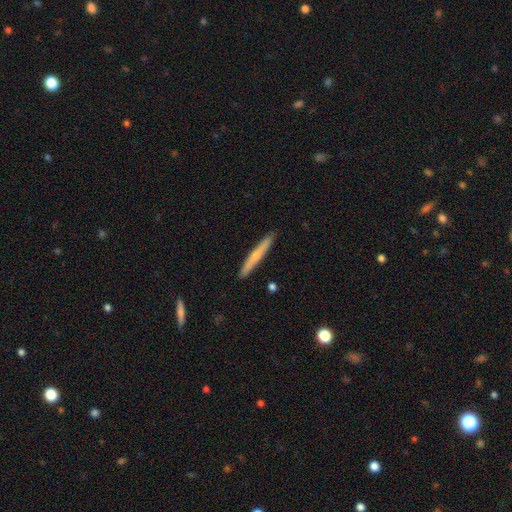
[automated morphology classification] Smooth or featured?
  - smooth: 48% *
  - featured or disk: 46%
  - star or artifact: 6%
Merging?
  - none: 90% *
  - minor disturbance: 7%
  - major disturbance: 1%
  - merger: 1%